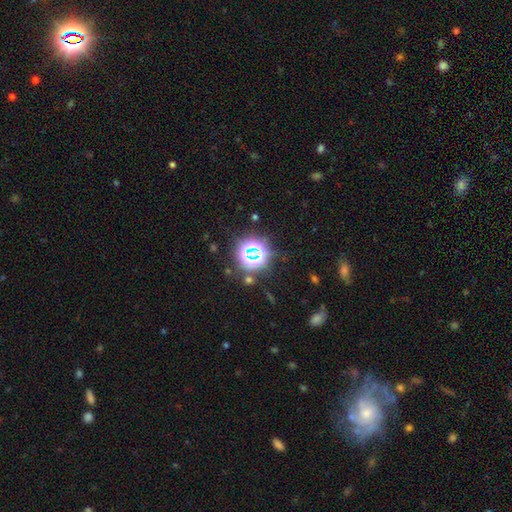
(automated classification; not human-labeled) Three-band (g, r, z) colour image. It shows a star or artifact, not a galaxy (69%).